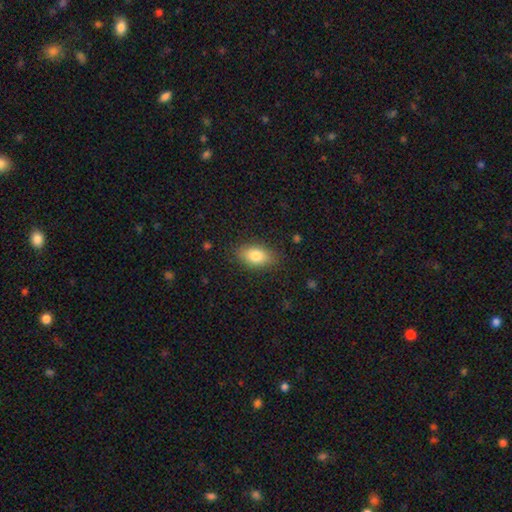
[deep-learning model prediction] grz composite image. It shows a smooth galaxy with no disk features (80%) that is in between round and cigar-shaped (88%). Merging: none (85%).